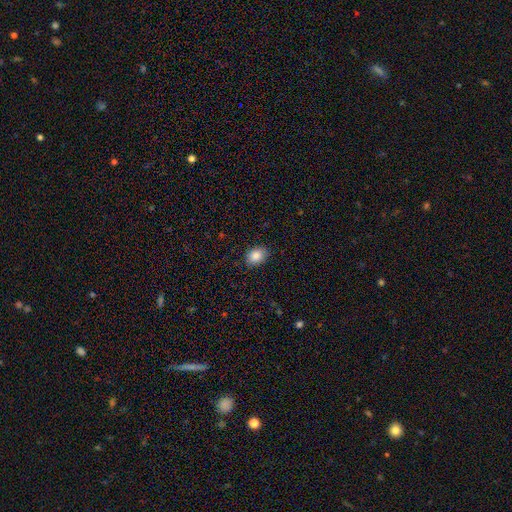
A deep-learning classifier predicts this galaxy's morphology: Q: Smooth or featured?
A: smooth (87%); runner-up: star or artifact (8%)
Q: How rounded?
A: in between (71%); runner-up: round (28%)
Q: Merging?
A: none (84%); runner-up: minor disturbance (12%)